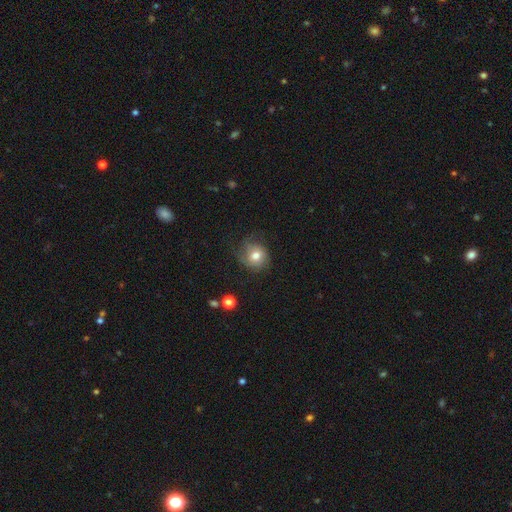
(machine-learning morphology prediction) Smooth or featured?
  - smooth: 63% *
  - featured or disk: 27%
  - star or artifact: 10%
How rounded?
  - round: 80% *
  - in between: 19%
  - cigar-shaped: 1%
Merging?
  - none: 60% *
  - minor disturbance: 24%
  - major disturbance: 14%
  - merger: 2%